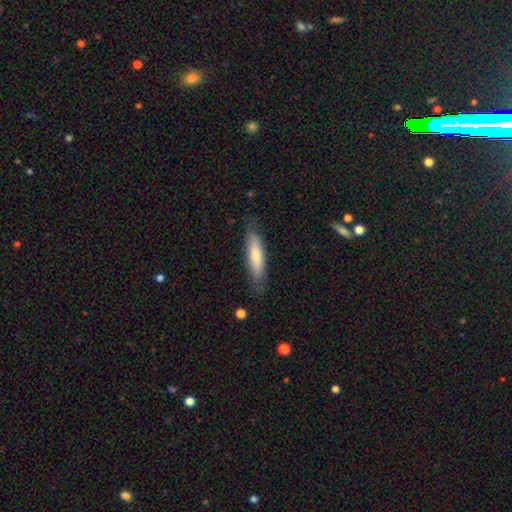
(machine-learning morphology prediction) type=smooth (74%); roundness=cigar-shaped (71%); merging=none (79%).